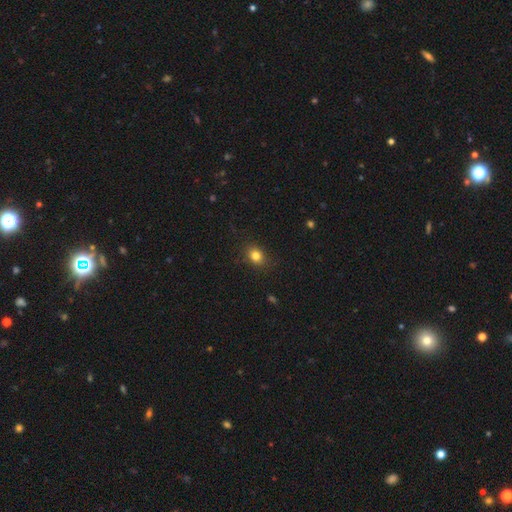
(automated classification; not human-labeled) Overall: smooth (82%). How rounded: in between (52%; round 47%). Merging: none (85%).